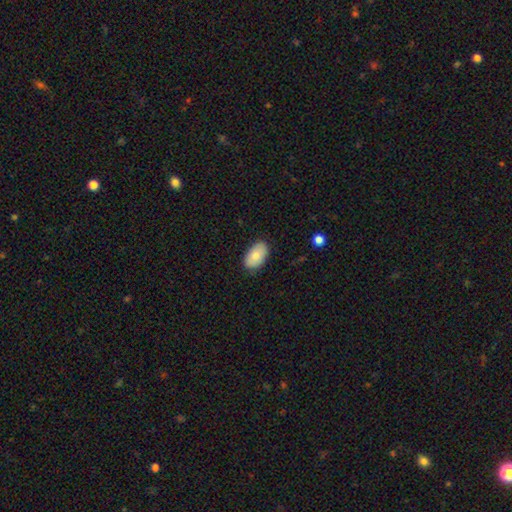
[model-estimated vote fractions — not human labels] smooth-or-featured: smooth: 83% | featured or disk: 10% | star or artifact: 6%
  how-rounded: in between: 94% | round: 5% | cigar-shaped: 1%
  merging: none: 86% | minor disturbance: 11% | major disturbance: 2% | merger: 1%